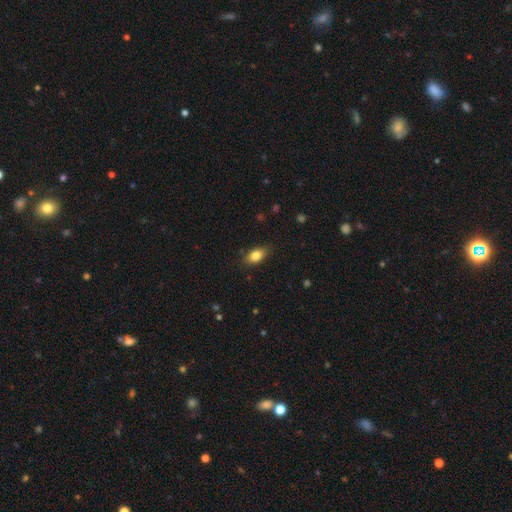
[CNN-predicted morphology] Smooth or featured?
  - smooth: 82% *
  - featured or disk: 10%
  - star or artifact: 9%
How rounded?
  - in between: 85% *
  - round: 11%
  - cigar-shaped: 4%
Merging?
  - none: 83% *
  - minor disturbance: 13%
  - major disturbance: 3%
  - merger: 1%